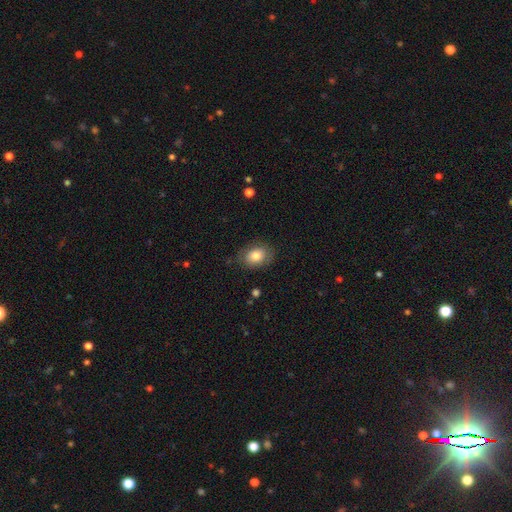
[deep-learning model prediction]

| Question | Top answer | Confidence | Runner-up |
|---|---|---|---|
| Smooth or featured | smooth | 79% | featured or disk (13%) |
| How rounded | in between | 69% | round (30%) |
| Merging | none | 78% | minor disturbance (16%) |